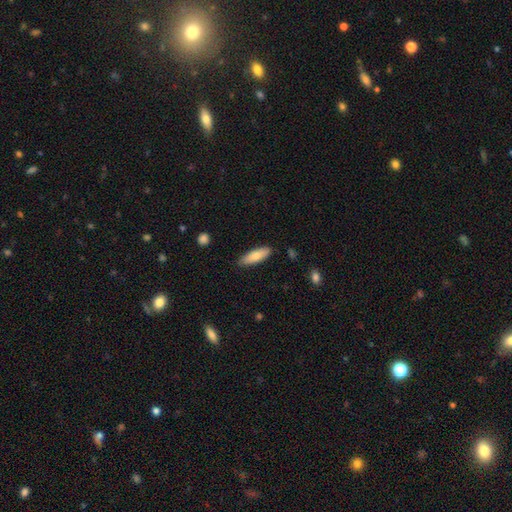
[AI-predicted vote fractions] Smooth or featured?
  - smooth: 79% *
  - featured or disk: 15%
  - star or artifact: 6%
How rounded?
  - in between: 51% *
  - cigar-shaped: 47%
  - round: 2%
Merging?
  - none: 84% *
  - minor disturbance: 12%
  - major disturbance: 2%
  - merger: 1%